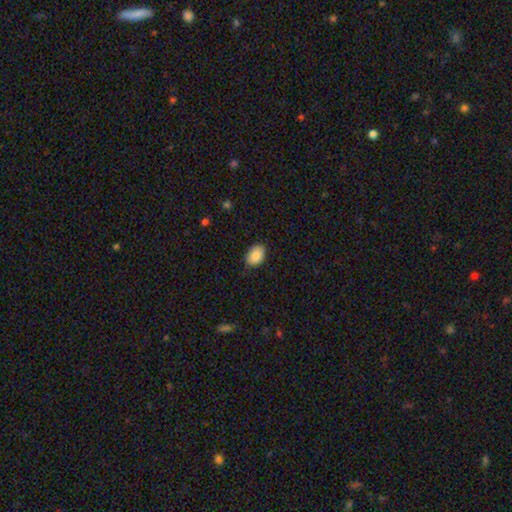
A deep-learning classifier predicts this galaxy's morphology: Smooth or featured: smooth — 89% (star or artifact — 7%)
How rounded: in between — 82% (round — 17%)
Merging: none — 80% (minor disturbance — 16%)